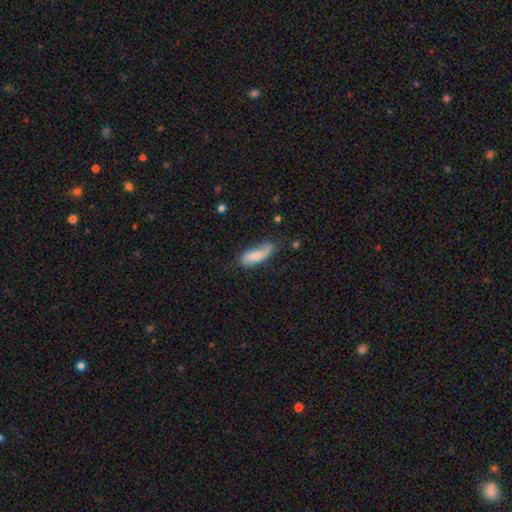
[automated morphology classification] A smooth galaxy with no disk features (54%) that is in between round and cigar-shaped (70%).

Vote fractions:
- Smooth or featured? smooth: 54% / featured or disk: 39% / star or artifact: 6%
- How rounded? in between: 70% / cigar-shaped: 28% / round: 3%
- Merging? none: 56% / minor disturbance: 30% / major disturbance: 11% / merger: 3%